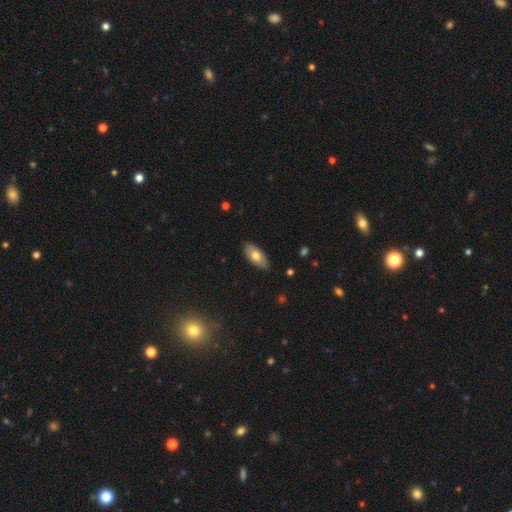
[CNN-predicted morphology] type=smooth (68%); roundness=in between (89%); merging=none (85%).